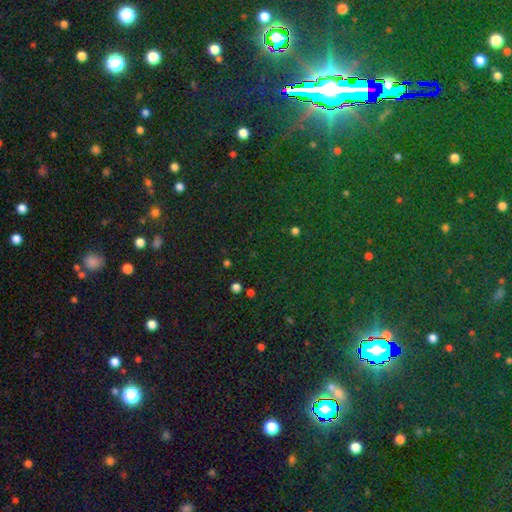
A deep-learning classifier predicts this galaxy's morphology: A star or artifact, not a galaxy (80%).